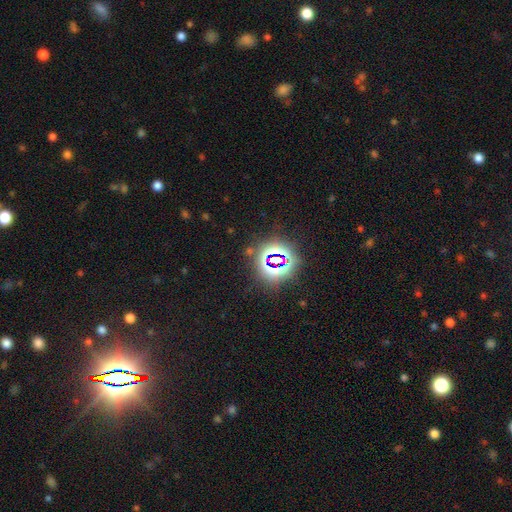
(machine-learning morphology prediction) Q: Smooth or featured?
A: star or artifact (82%); runner-up: smooth (11%)